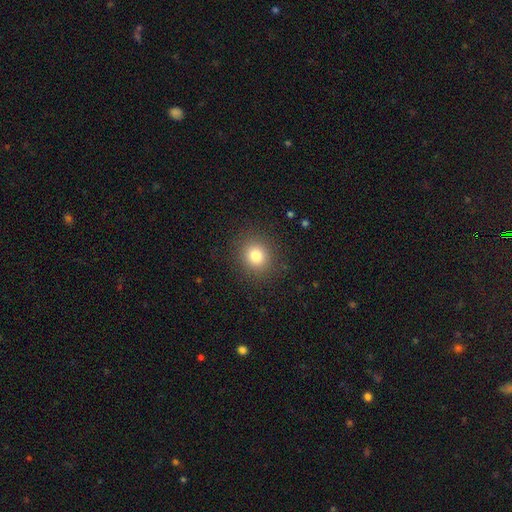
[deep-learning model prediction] Smooth or featured?
  - smooth: 81% *
  - star or artifact: 12%
  - featured or disk: 7%
How rounded?
  - round: 82% *
  - in between: 17%
  - cigar-shaped: 1%
Merging?
  - none: 89% *
  - minor disturbance: 7%
  - major disturbance: 3%
  - merger: 1%